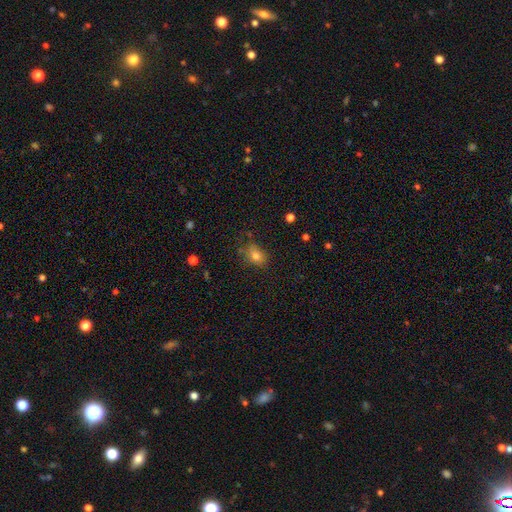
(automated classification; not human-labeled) Q: Smooth or featured?
A: smooth (77%); runner-up: star or artifact (13%)
Q: How rounded?
A: in between (63%); runner-up: round (35%)
Q: Merging?
A: none (71%); runner-up: minor disturbance (20%)